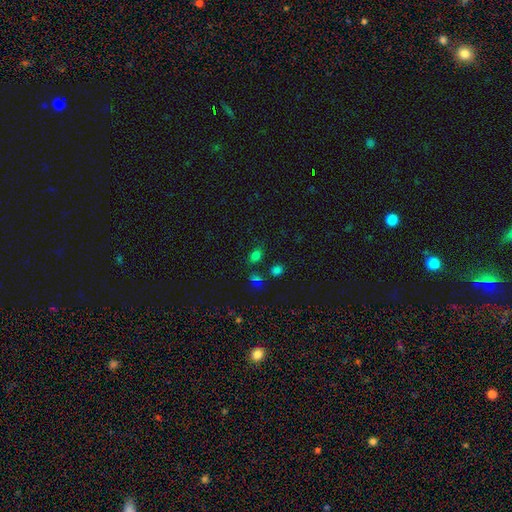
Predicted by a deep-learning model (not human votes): smooth 73%, star or artifact 21%, featured or disk 6%. Down the decision tree: how rounded — in between (65%); merging — none (71%).